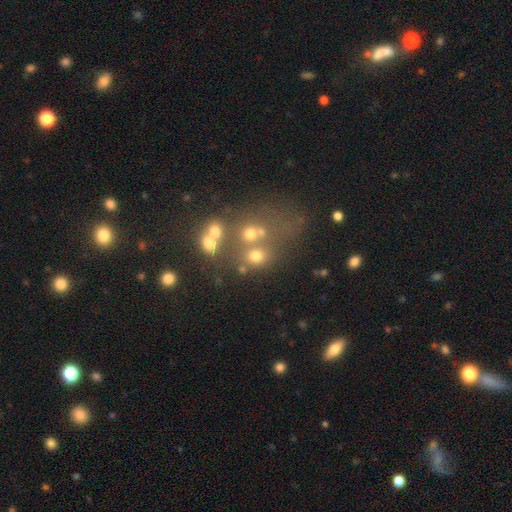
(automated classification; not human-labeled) A smooth galaxy with no disk features (62%) that is round (64%).

Vote fractions:
- Smooth or featured? smooth: 62% / star or artifact: 21% / featured or disk: 17%
- How rounded? round: 64% / in between: 34% / cigar-shaped: 2%
- Merging? none: 47% / merger: 34% / minor disturbance: 10% / major disturbance: 9%